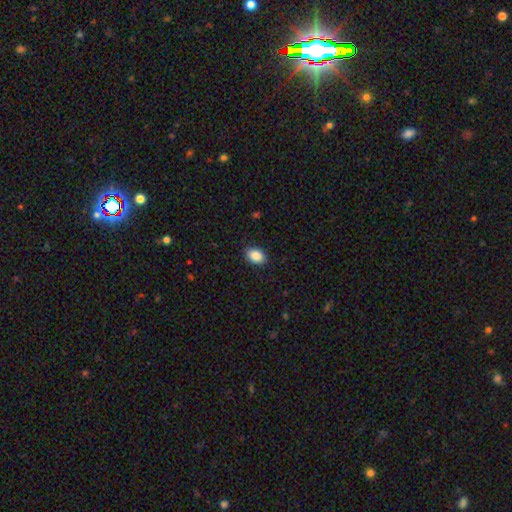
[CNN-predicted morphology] This is clearly a smooth galaxy (88%). How rounded: clearly in between (83%). Merging: clearly none (88%).